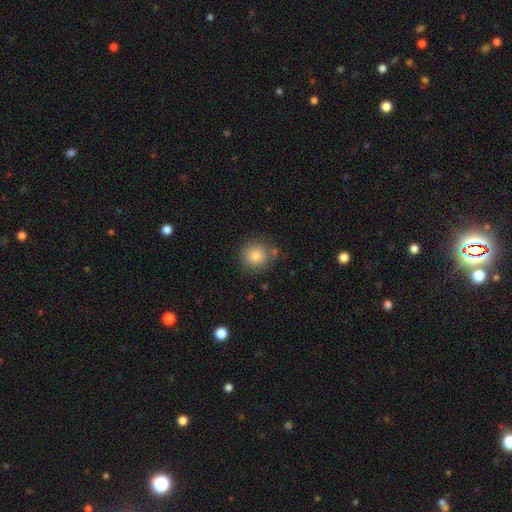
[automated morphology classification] A smooth galaxy with no disk features (82%) that is round (91%). Merging: none (77%).